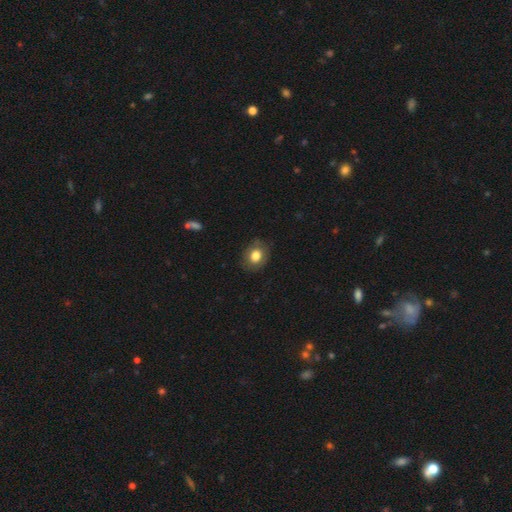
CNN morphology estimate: smooth 79%, featured or disk 12%, star or artifact 9%. Down the decision tree: how rounded — round (51%); merging — none (82%).